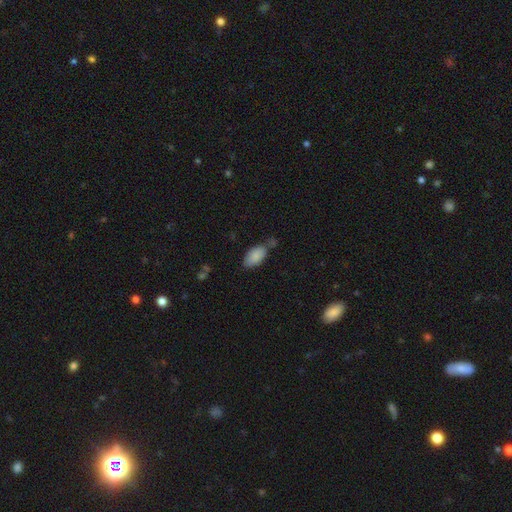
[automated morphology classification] This is clearly a smooth galaxy (86%). How rounded: clearly in between (94%). Merging: possibly none (58%).